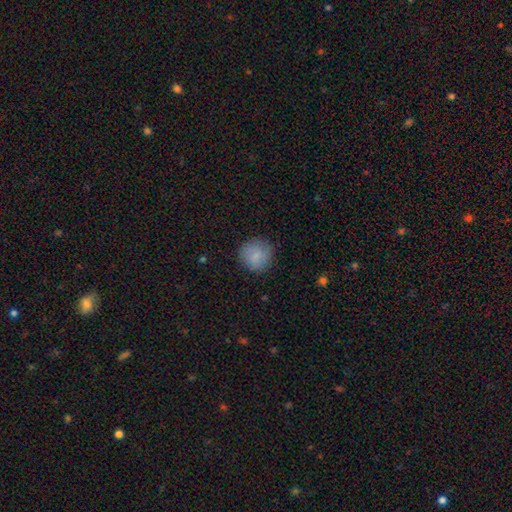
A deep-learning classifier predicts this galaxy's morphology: A smooth galaxy with no disk features (84%) that is round (93%).

Vote fractions:
- Smooth or featured? smooth: 84% / featured or disk: 9% / star or artifact: 8%
- How rounded? round: 93% / in between: 6% / cigar-shaped: 1%
- Merging? none: 82% / minor disturbance: 13% / major disturbance: 4% / merger: 1%